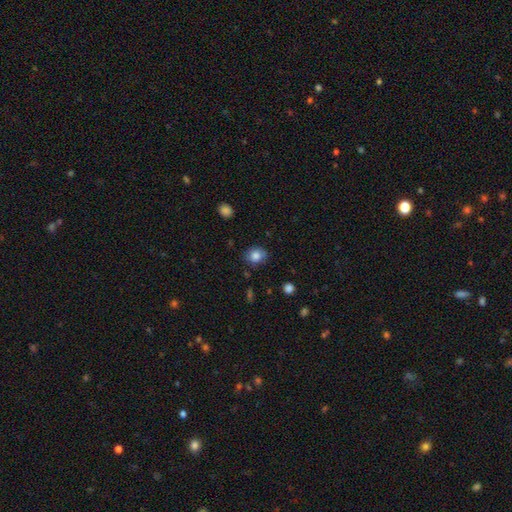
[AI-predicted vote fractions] A smooth galaxy with no disk features (82%) that is round (67%). Merging: none (78%).